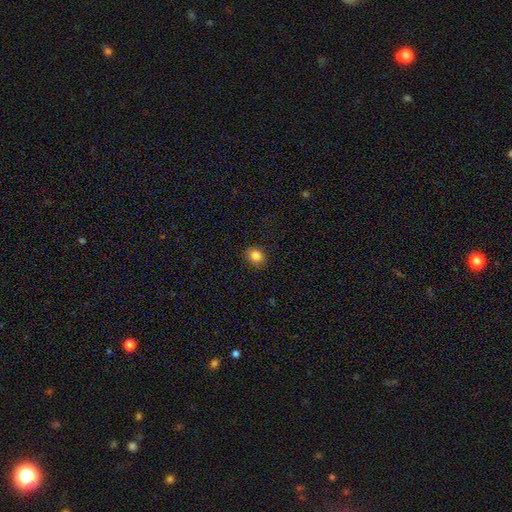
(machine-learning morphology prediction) smooth-or-featured: smooth: 84% | star or artifact: 11% | featured or disk: 5%
  how-rounded: round: 76% | in between: 23% | cigar-shaped: 1%
  merging: none: 89% | minor disturbance: 8% | major disturbance: 2% | merger: 1%